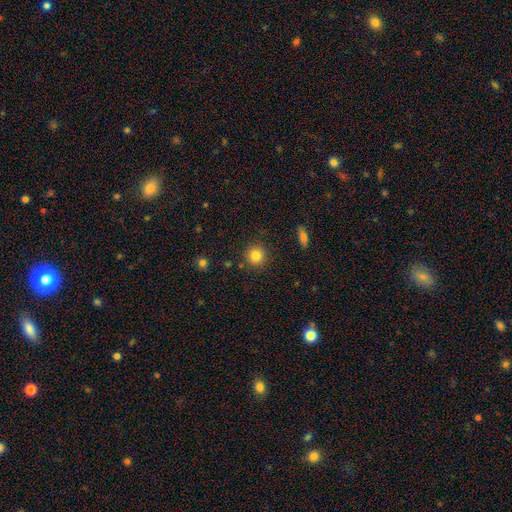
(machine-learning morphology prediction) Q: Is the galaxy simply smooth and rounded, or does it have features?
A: smooth — 83%.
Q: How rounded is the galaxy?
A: round — 92%.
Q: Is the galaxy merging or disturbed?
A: none — 89%.